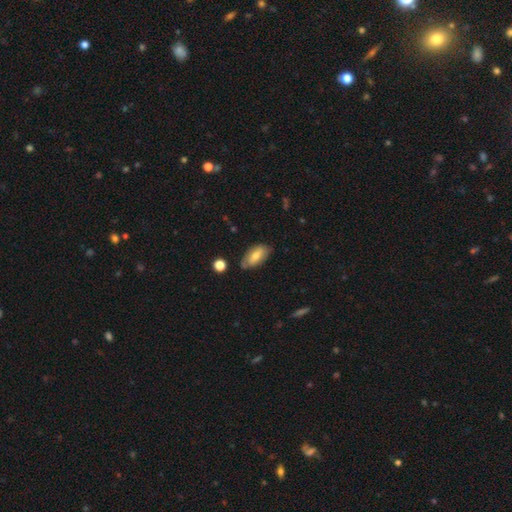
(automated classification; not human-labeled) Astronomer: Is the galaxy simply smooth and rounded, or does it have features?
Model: smooth — 66%.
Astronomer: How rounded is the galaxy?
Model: in between — 90%.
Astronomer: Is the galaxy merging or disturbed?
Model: none — 71%.